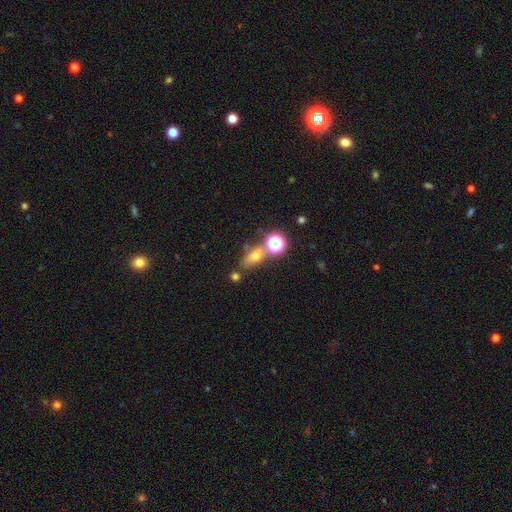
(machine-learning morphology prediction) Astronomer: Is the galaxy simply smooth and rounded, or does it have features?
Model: smooth — 54%.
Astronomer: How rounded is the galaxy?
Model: in between — 60%.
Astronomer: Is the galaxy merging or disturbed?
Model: none — 61%.